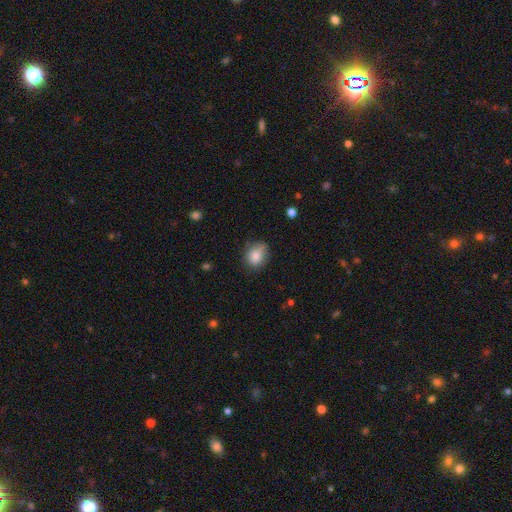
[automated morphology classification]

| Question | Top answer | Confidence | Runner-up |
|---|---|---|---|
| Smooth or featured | smooth | 83% | star or artifact (9%) |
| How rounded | round | 56% | in between (43%) |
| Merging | none | 66% | minor disturbance (26%) |